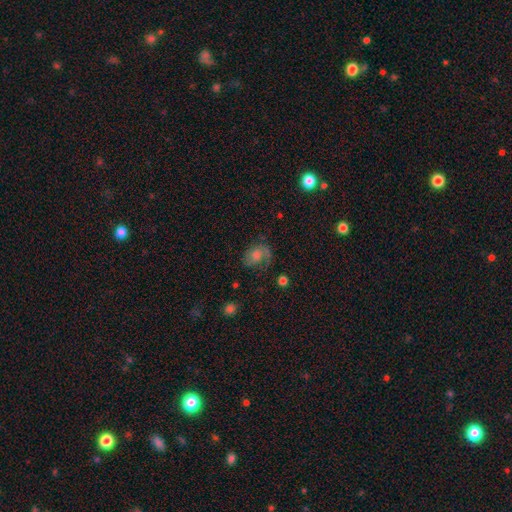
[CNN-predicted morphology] Smooth or featured? Predicted: featured or disk (p=0.54). Edge-on disk? Predicted: no (p=0.97). Bar? Predicted: no (p=0.73). Spiral arms? Predicted: yes (p=0.85). Bulge size? Predicted: moderate (p=0.37). Merging? Predicted: none (p=0.50).